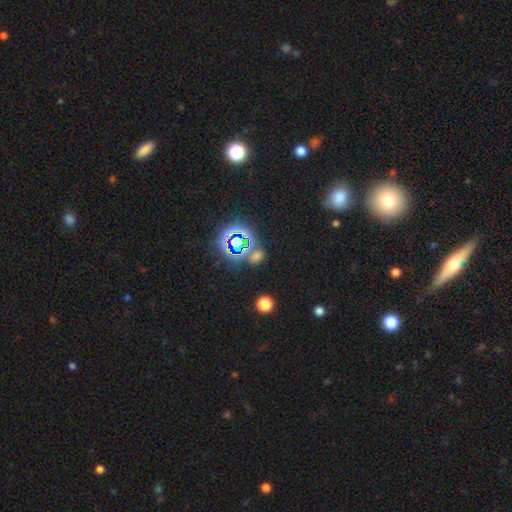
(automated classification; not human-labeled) Overall: star or artifact (53%; smooth 38%).